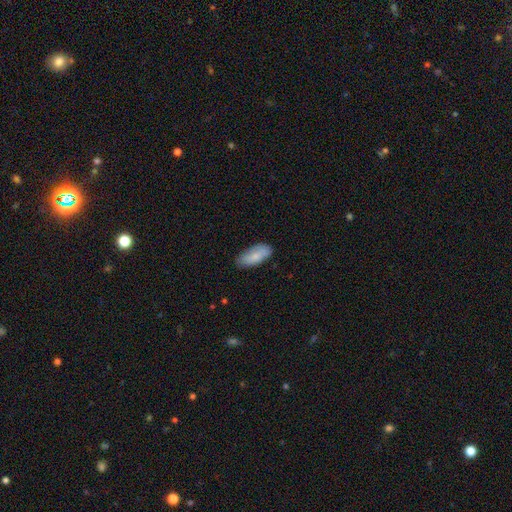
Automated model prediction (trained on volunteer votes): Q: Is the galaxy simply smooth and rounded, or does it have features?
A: smooth — 77%.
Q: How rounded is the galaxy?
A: in between — 87%.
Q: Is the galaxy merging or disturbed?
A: none — 76%.